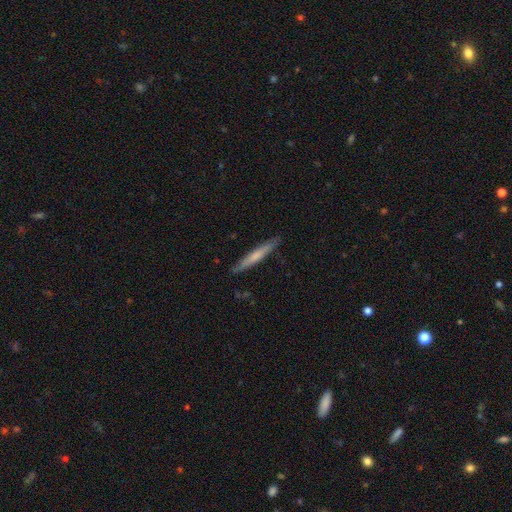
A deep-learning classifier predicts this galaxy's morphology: smooth-or-featured: smooth: 59% | featured or disk: 36% | star or artifact: 5%
  how-rounded: cigar-shaped: 95% | in between: 3% | round: 1%
  merging: none: 88% | minor disturbance: 9% | major disturbance: 2% | merger: 1%